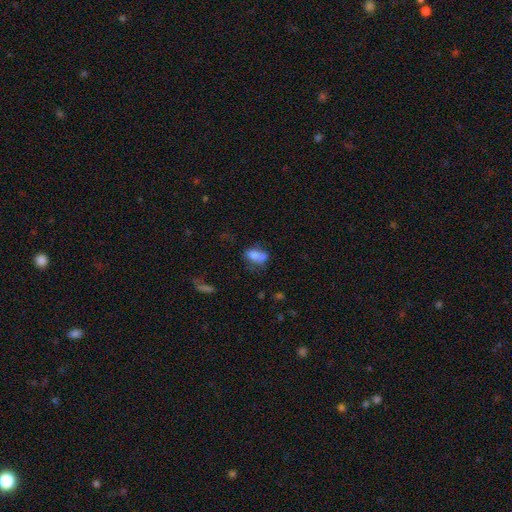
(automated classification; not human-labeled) Smooth or featured? Predicted: smooth (p=0.71). How rounded? Predicted: in between (p=0.80). Merging? Predicted: none (p=0.33).